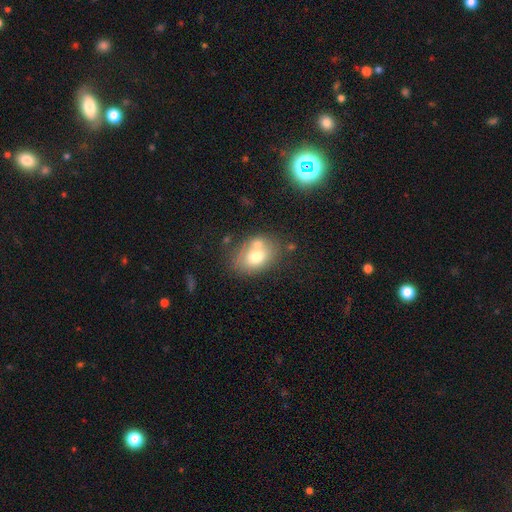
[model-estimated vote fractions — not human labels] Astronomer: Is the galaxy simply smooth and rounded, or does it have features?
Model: smooth — 69%.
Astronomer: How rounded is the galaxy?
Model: in between — 70%.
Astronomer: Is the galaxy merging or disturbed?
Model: none — 54%.